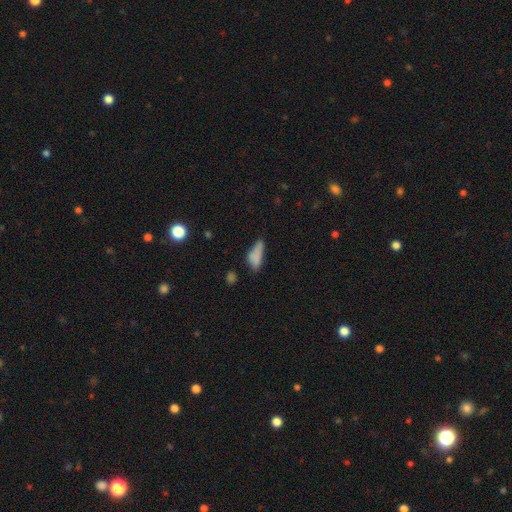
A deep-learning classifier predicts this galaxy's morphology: smooth_or_featured: smooth (p=0.75) [alt: featured or disk p=0.14]
how_rounded: in between (p=0.64) [alt: cigar-shaped p=0.33]
merging: none (p=0.38) [alt: minor disturbance p=0.36]